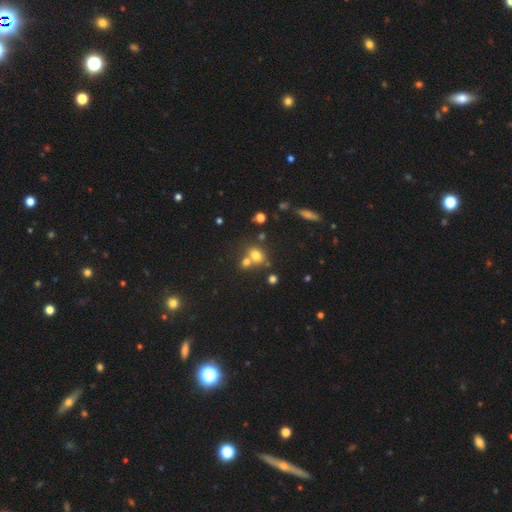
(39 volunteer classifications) Smooth or featured?
  - smooth: 92% *
  - star or artifact: 5%
  - featured or disk: 3%
How rounded?
  - in between: 58% *
  - round: 42%
  - cigar-shaped: 0%
Merging?
  - none: 49% *
  - merger: 35%
  - major disturbance: 11%
  - minor disturbance: 5%